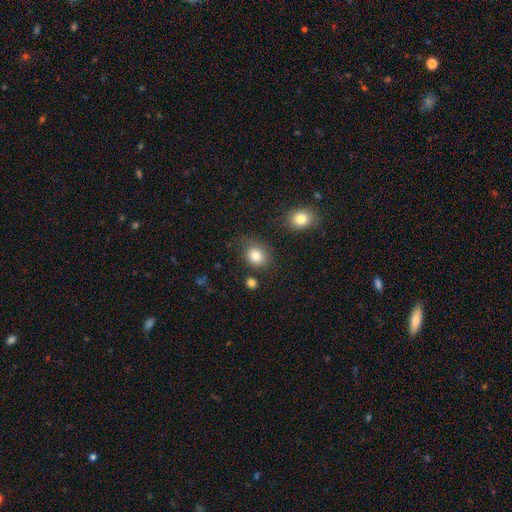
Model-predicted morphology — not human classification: Smooth or featured: smooth — 83% (star or artifact — 10%)
How rounded: round — 59% (in between — 40%)
Merging: none — 69% (minor disturbance — 19%)